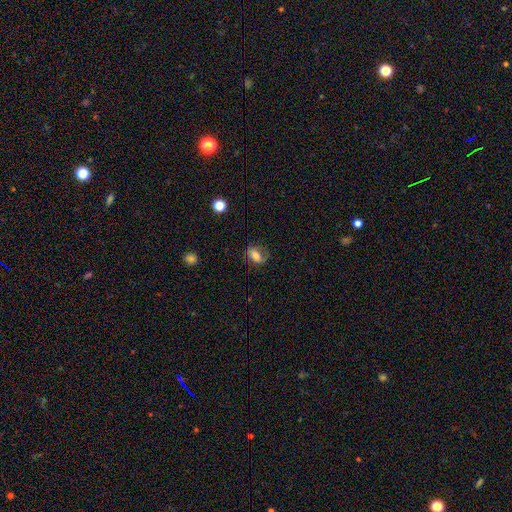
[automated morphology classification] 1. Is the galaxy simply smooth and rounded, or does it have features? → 55% smooth, 35% featured or disk, 10% star or artifact.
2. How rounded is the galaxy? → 77% in between, 19% round, 4% cigar-shaped.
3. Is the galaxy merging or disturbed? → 66% none, 21% minor disturbance, 11% major disturbance, 2% merger.